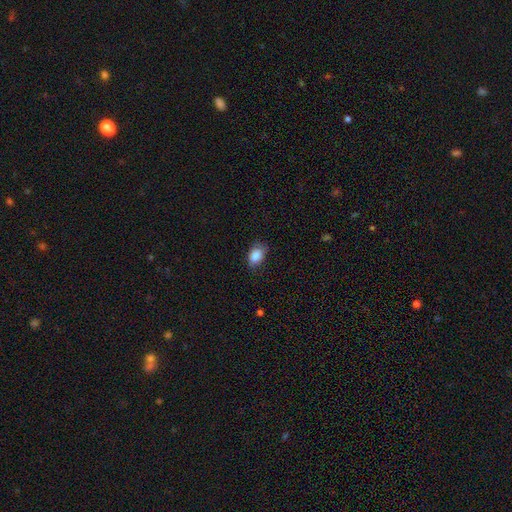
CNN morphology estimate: smooth_or_featured: smooth (p=0.87) [alt: star or artifact p=0.08]
how_rounded: in between (p=0.83) [alt: round p=0.15]
merging: none (p=0.71) [alt: minor disturbance p=0.23]